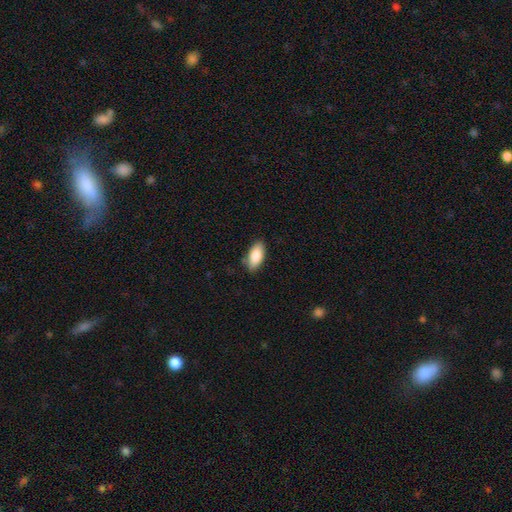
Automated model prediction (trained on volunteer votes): Morphology: type=smooth (86%); roundness=in between (89%); merging=none (82%).